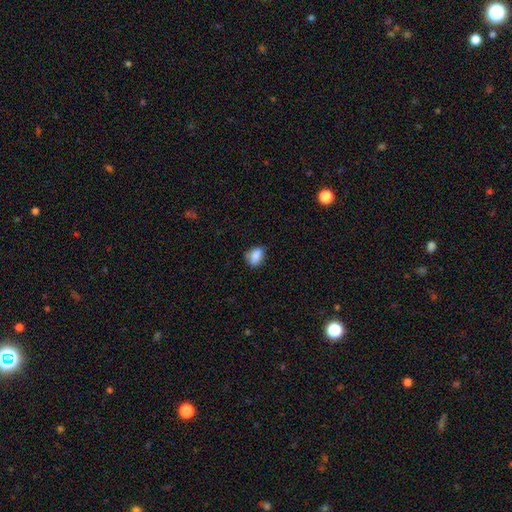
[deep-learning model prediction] smooth_or_featured: smooth (p=0.85) [alt: star or artifact p=0.09]
how_rounded: in between (p=0.73) [alt: round p=0.25]
merging: none (p=0.63) [alt: minor disturbance p=0.29]